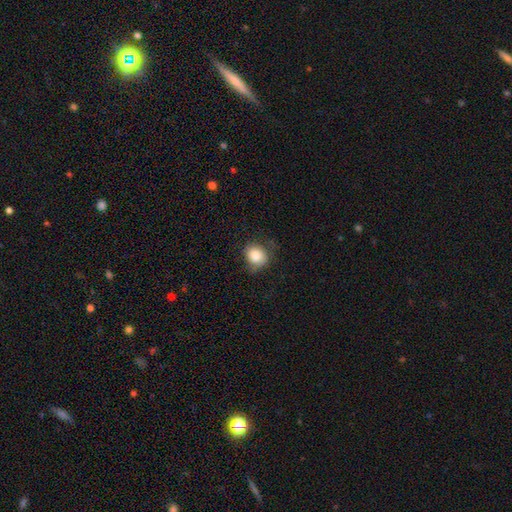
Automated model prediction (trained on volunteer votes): Smooth or featured? smooth (84%)
How rounded? round (72%)
Merging? none (65%)